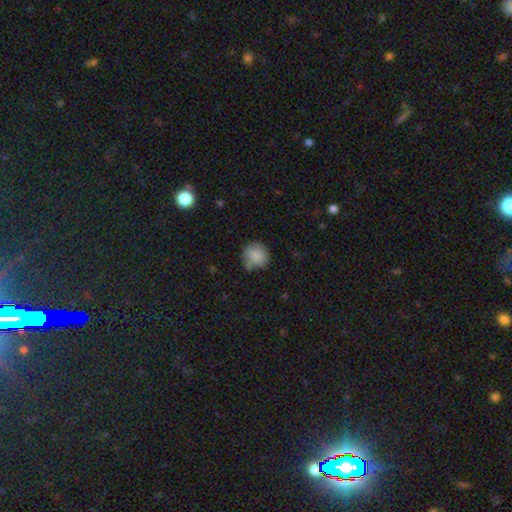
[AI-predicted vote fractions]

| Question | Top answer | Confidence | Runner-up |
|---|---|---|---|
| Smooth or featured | smooth | 84% | star or artifact (8%) |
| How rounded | round | 87% | in between (12%) |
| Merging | none | 64% | minor disturbance (27%) |